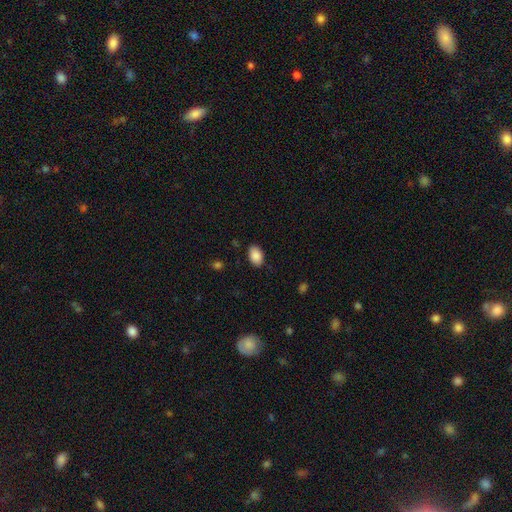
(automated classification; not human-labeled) smooth 89%, star or artifact 7%, featured or disk 4%. Down the decision tree: how rounded — in between (88%); merging — none (86%).